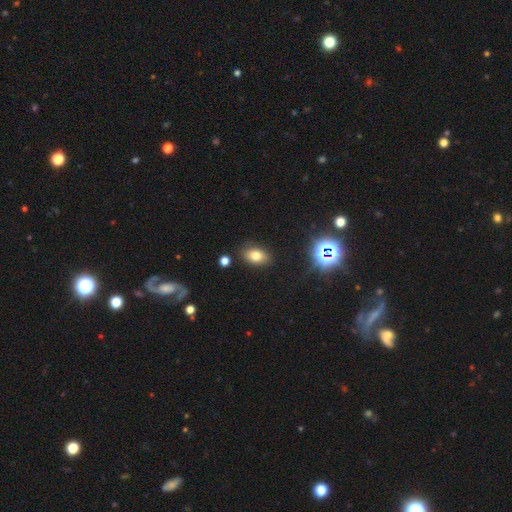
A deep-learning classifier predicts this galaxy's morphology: smooth-or-featured: smooth: 75% | star or artifact: 15% | featured or disk: 10%
  how-rounded: in between: 83% | round: 15% | cigar-shaped: 2%
  merging: none: 85% | minor disturbance: 10% | major disturbance: 3% | merger: 2%